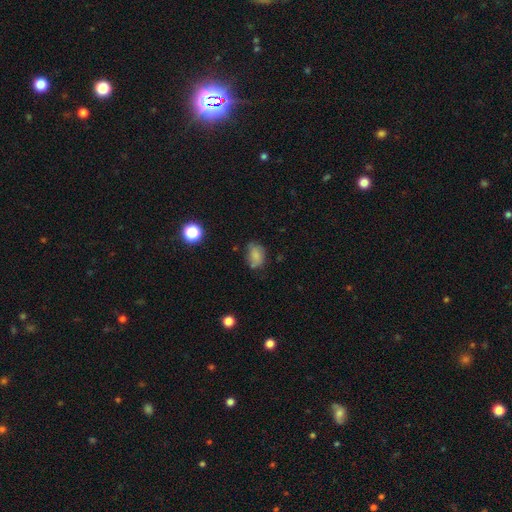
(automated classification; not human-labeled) A smooth galaxy with no disk features (75%) that is in between round and cigar-shaped (72%).

Vote fractions:
- Smooth or featured? smooth: 75% / featured or disk: 13% / star or artifact: 12%
- How rounded? in between: 72% / round: 26% / cigar-shaped: 1%
- Merging? none: 60% / minor disturbance: 28% / major disturbance: 8% / merger: 4%